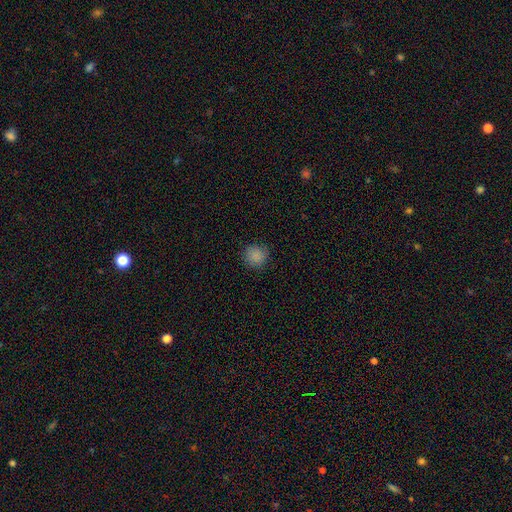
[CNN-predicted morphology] smooth_or_featured: smooth (p=0.86) [alt: star or artifact p=0.10]
how_rounded: round (p=0.93) [alt: in between p=0.06]
merging: none (p=0.88) [alt: minor disturbance p=0.09]